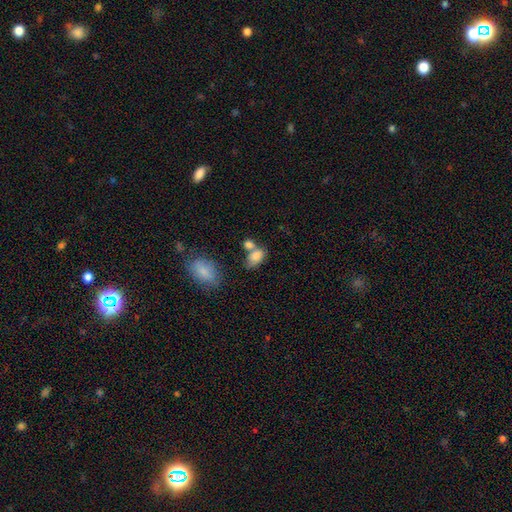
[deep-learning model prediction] The model was most divided on "merging": merger: 43%, none: 35%, minor disturbance: 15%, major disturbance: 8%. More confident: how rounded — in between (88%); smooth or featured — smooth (81%).